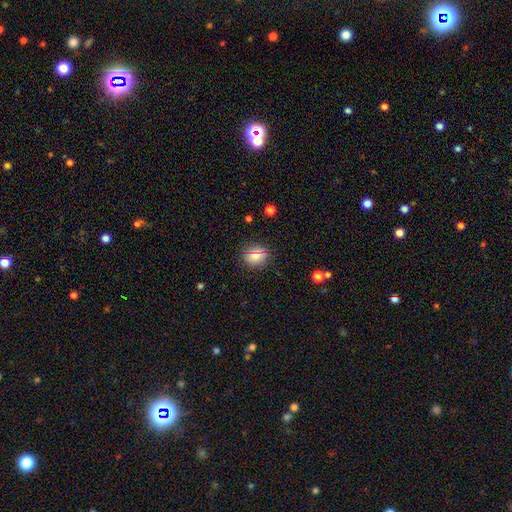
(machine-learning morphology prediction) Smooth or featured?
  - smooth: 78% *
  - star or artifact: 11%
  - featured or disk: 10%
How rounded?
  - round: 55% *
  - in between: 43%
  - cigar-shaped: 2%
Merging?
  - none: 84% *
  - minor disturbance: 12%
  - major disturbance: 3%
  - merger: 1%